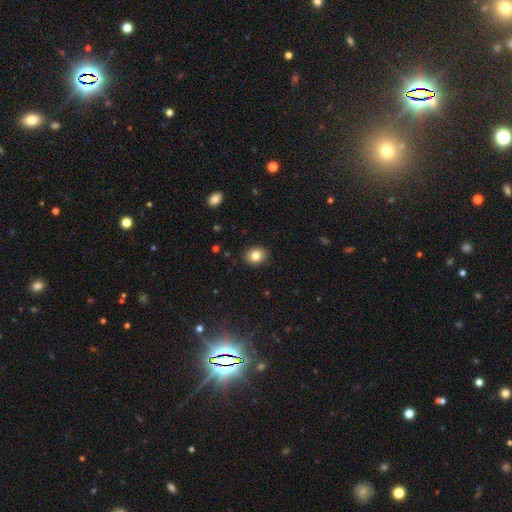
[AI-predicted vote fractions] Smooth or featured: smooth — 82% (star or artifact — 10%)
How rounded: round — 55% (in between — 44%)
Merging: none — 89% (minor disturbance — 8%)